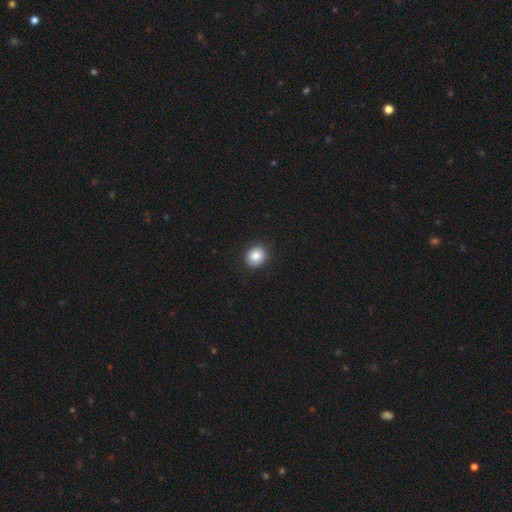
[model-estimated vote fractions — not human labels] Morphology: type=smooth (86%); roundness=round (72%); merging=none (89%).